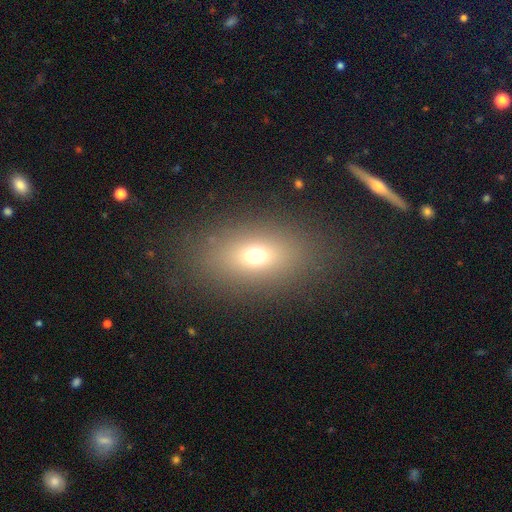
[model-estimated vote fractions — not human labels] This is likely a smooth galaxy (67%). How rounded: likely in between (73%). Merging: clearly none (83%).